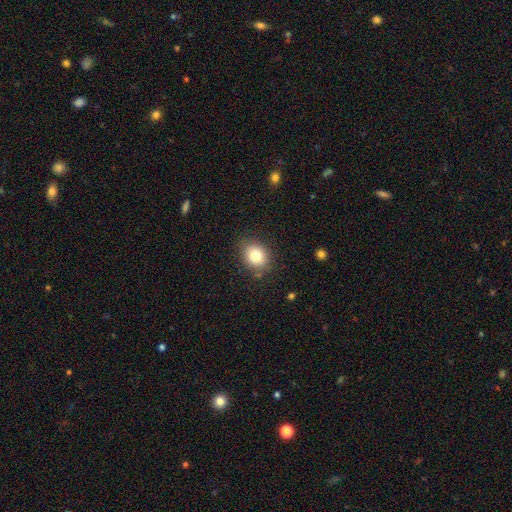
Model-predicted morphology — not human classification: Smooth or featured: smooth — 81% (star or artifact — 10%)
How rounded: round — 54% (in between — 45%)
Merging: none — 83% (minor disturbance — 12%)